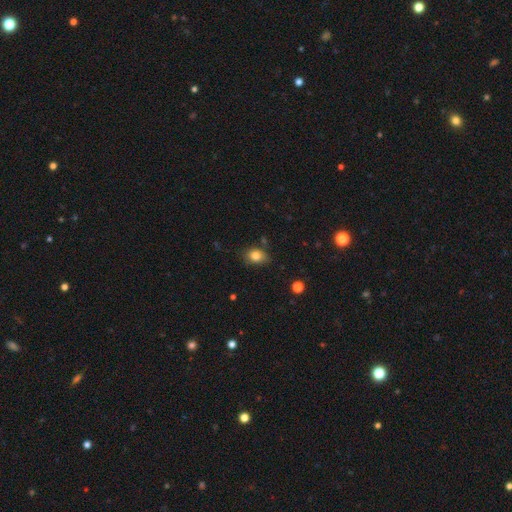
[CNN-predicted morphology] smooth_or_featured: smooth (p=0.82) [alt: star or artifact p=0.10]
how_rounded: in between (p=0.66) [alt: round p=0.32]
merging: none (p=0.73) [alt: minor disturbance p=0.20]